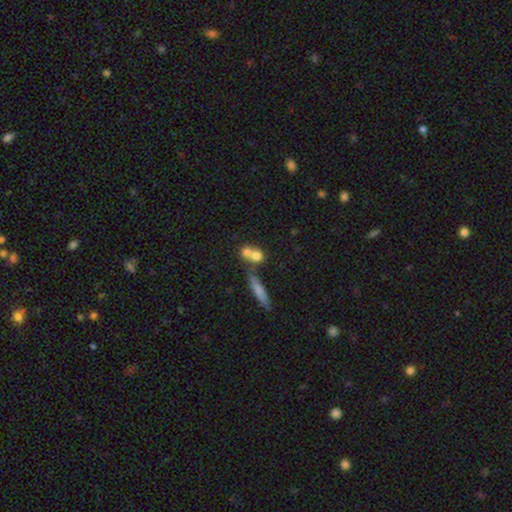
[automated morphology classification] The model was most divided on "merging": merger: 53%, none: 34%, minor disturbance: 8%, major disturbance: 5%. More confident: smooth or featured — smooth (70%); how rounded — round (58%).